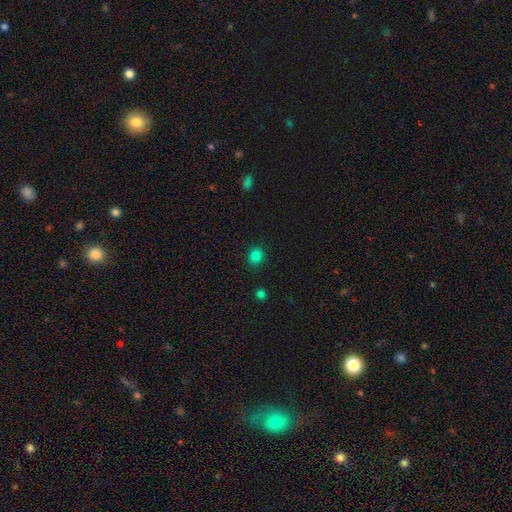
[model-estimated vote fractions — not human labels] smooth_or_featured: smooth (p=0.82) [alt: star or artifact p=0.15]
how_rounded: round (p=0.82) [alt: in between p=0.17]
merging: none (p=0.90) [alt: minor disturbance p=0.06]